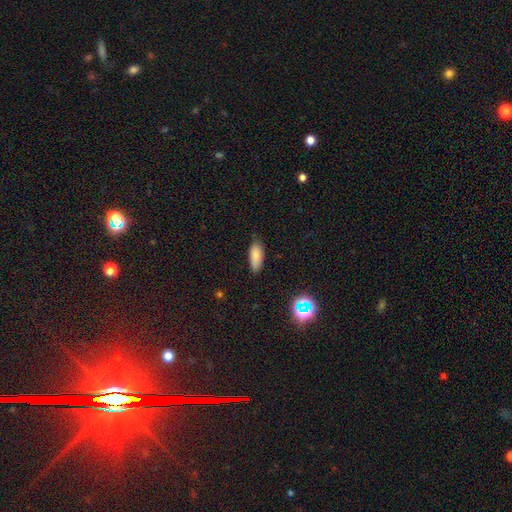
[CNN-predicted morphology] Overall: smooth (82%). How rounded: in between (81%). Merging: none (79%).